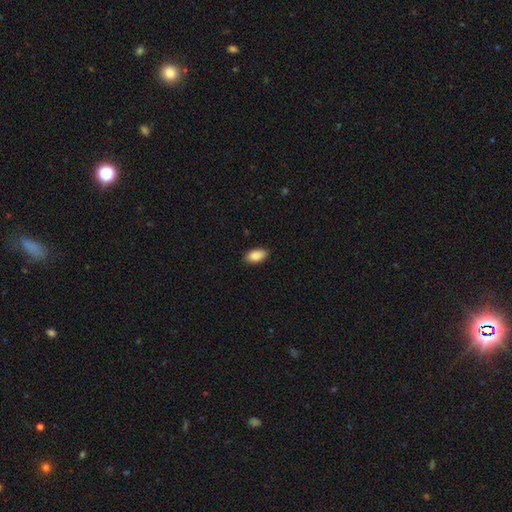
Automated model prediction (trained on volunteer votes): A smooth galaxy with no disk features (87%) that is in between round and cigar-shaped (94%).

Vote fractions:
- Smooth or featured? smooth: 87% / star or artifact: 7% / featured or disk: 6%
- How rounded? in between: 94% / round: 3% / cigar-shaped: 3%
- Merging? none: 88% / minor disturbance: 9% / major disturbance: 2% / merger: 1%